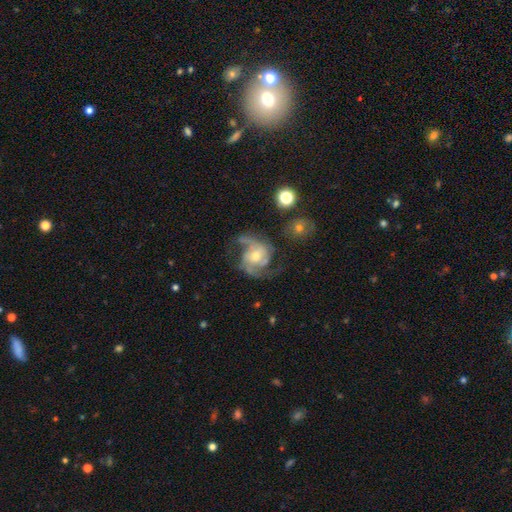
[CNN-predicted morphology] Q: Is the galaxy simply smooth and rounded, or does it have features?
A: featured or disk — 86%.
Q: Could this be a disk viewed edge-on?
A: no — 98%.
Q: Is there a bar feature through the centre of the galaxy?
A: no — 61%.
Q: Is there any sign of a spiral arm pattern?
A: yes — 96%.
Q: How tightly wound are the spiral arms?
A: medium — 50%.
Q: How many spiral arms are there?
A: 2 — 69%.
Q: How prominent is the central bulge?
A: moderate — 49%.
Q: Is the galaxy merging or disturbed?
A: none — 57%.